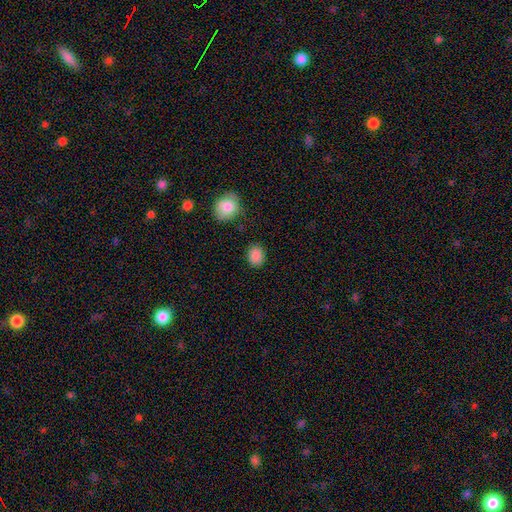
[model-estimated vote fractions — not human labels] A smooth galaxy with no disk features (88%) that is in between round and cigar-shaped (51%). Merging: none (85%).